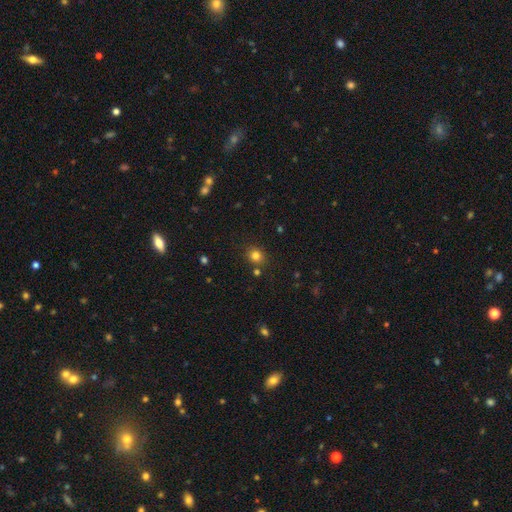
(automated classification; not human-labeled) Morphology: type=smooth (79%); roundness=round (79%); merging=none (82%).